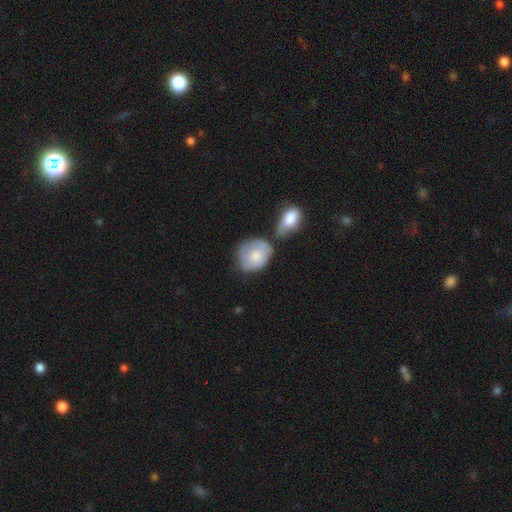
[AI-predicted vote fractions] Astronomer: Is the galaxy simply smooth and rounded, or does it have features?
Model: smooth — 71%.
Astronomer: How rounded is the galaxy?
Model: round — 64%.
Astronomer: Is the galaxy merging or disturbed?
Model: none — 39% (runner-up: merger, 26%).